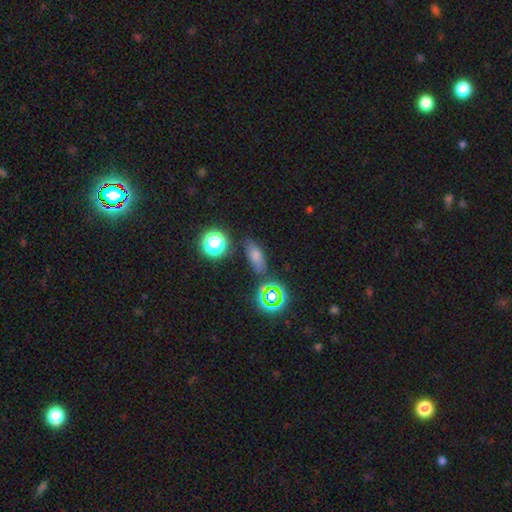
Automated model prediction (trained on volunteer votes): A smooth galaxy with no disk features (59%) that is in between round and cigar-shaped (65%).

Vote fractions:
- Smooth or featured? smooth: 59% / star or artifact: 28% / featured or disk: 13%
- How rounded? in between: 65% / cigar-shaped: 18% / round: 16%
- Merging? none: 77% / minor disturbance: 14% / merger: 5% / major disturbance: 5%